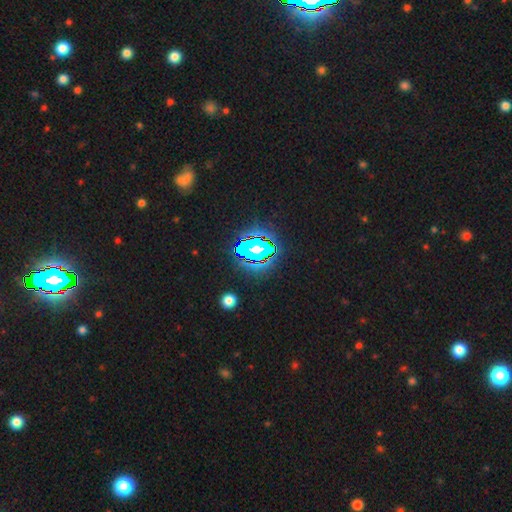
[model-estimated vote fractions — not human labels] A star or artifact, not a galaxy (82%).